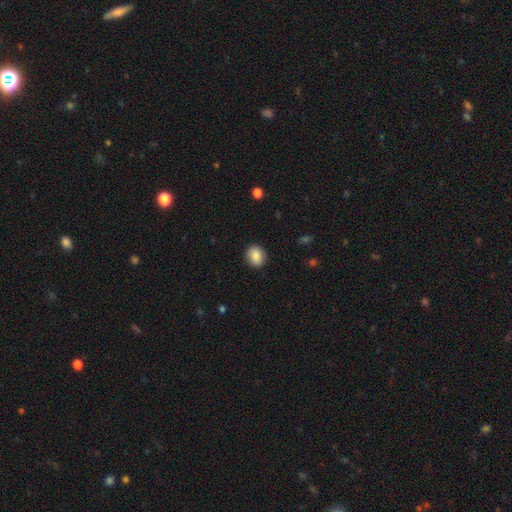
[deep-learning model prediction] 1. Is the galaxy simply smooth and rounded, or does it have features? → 87% smooth, 8% star or artifact, 5% featured or disk.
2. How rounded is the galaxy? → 60% round, 39% in between, 1% cigar-shaped.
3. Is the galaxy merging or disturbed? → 89% none, 8% minor disturbance, 2% major disturbance, 1% merger.